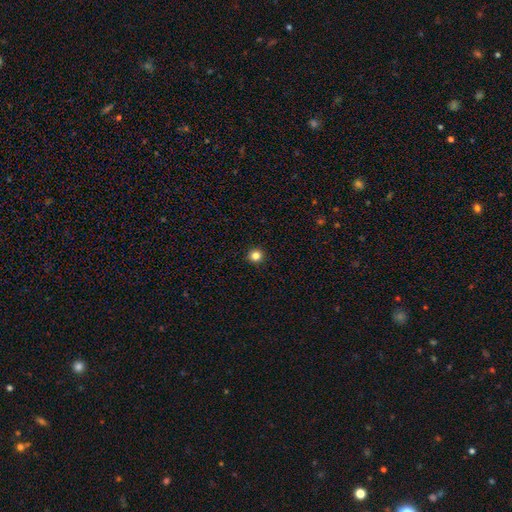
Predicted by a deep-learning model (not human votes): Overall: smooth (83%). How rounded: round (94%). Merging: none (93%).